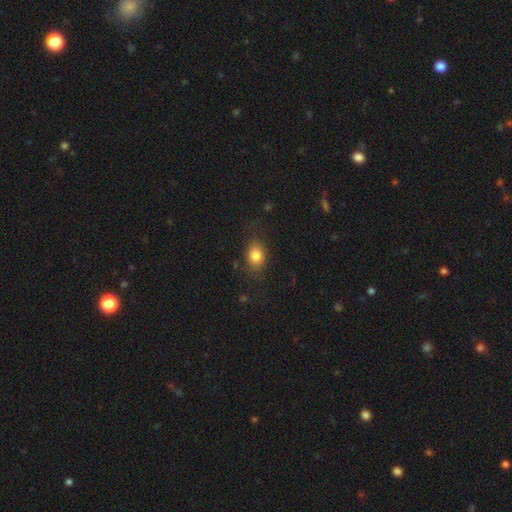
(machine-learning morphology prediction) Overall: smooth (83%). How rounded: in between (69%; round 29%). Merging: none (78%).